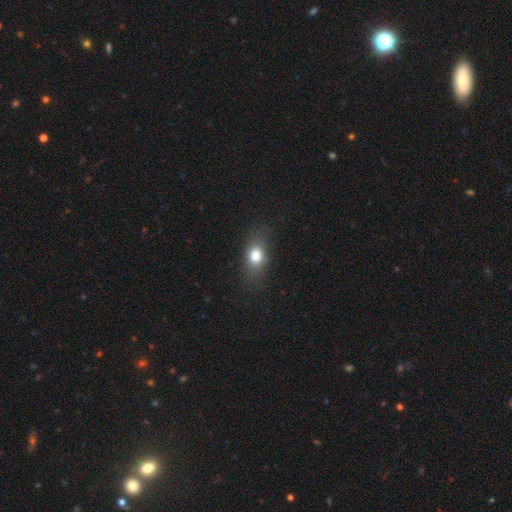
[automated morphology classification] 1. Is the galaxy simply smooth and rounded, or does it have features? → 78% smooth, 12% featured or disk, 10% star or artifact.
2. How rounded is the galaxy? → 71% in between, 24% round, 5% cigar-shaped.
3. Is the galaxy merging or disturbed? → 79% none, 15% minor disturbance, 6% major disturbance, 1% merger.